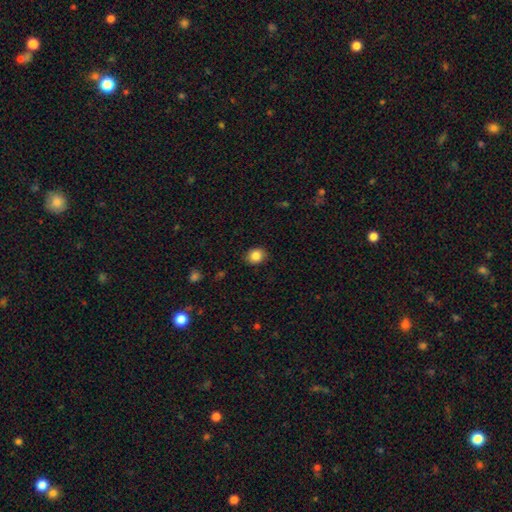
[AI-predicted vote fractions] Smooth or featured? smooth (85%)
How rounded? round (64%)
Merging? none (88%)